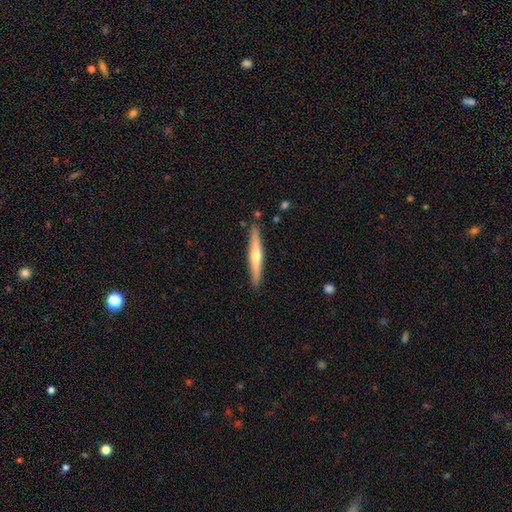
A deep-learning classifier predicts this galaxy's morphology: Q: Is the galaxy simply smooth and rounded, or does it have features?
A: featured or disk — 63%.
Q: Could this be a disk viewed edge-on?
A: yes — 97%.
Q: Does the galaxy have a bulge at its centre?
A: rounded — 85%.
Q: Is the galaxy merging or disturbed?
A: none — 90%.